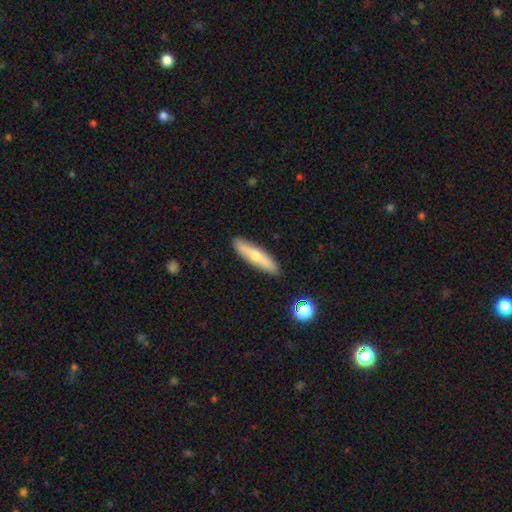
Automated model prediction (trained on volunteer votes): smooth 55%, featured or disk 39%, star or artifact 6%. Down the decision tree: how rounded — cigar-shaped (81%); merging — none (89%).